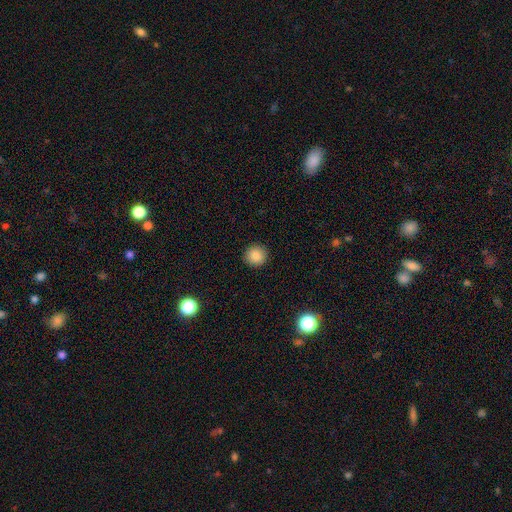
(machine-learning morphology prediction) Q: Smooth or featured?
A: smooth (87%); runner-up: star or artifact (9%)
Q: How rounded?
A: round (94%); runner-up: in between (5%)
Q: Merging?
A: none (92%); runner-up: minor disturbance (5%)